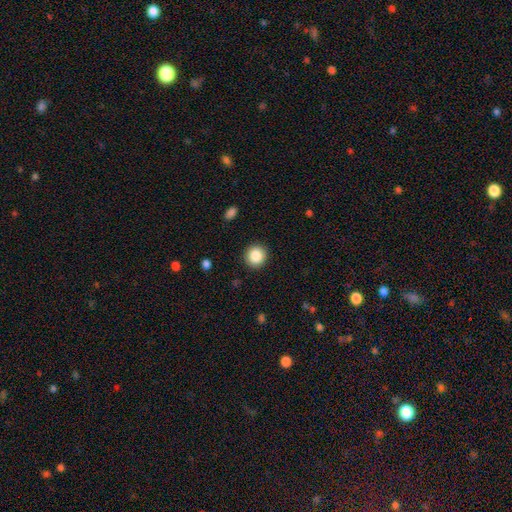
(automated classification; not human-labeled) This appears to be a smooth galaxy with no disk features (87%) that is round (92%). Merging: none (91%).